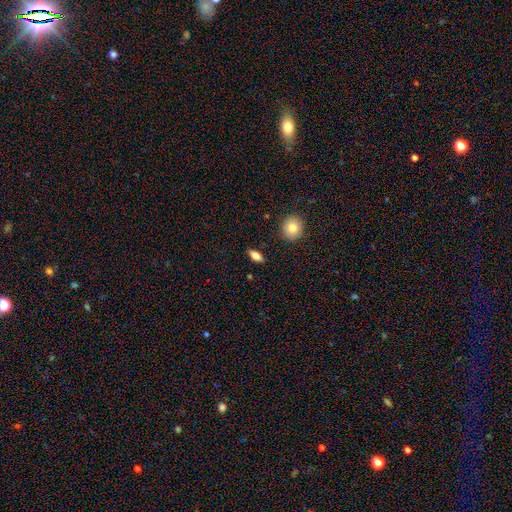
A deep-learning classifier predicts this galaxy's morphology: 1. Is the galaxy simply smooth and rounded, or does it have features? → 78% smooth, 14% featured or disk, 8% star or artifact.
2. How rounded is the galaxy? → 80% in between, 15% cigar-shaped, 5% round.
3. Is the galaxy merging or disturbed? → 87% none, 9% minor disturbance, 2% major disturbance, 2% merger.